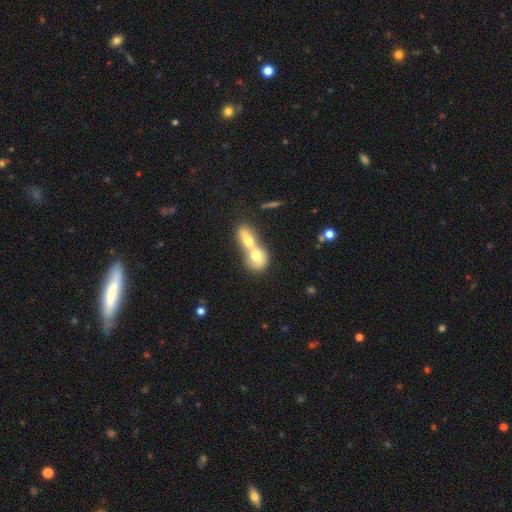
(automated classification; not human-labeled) smooth 66%, featured or disk 25%, star or artifact 9%. Down the decision tree: how rounded — round (52%); merging — merger (80%).